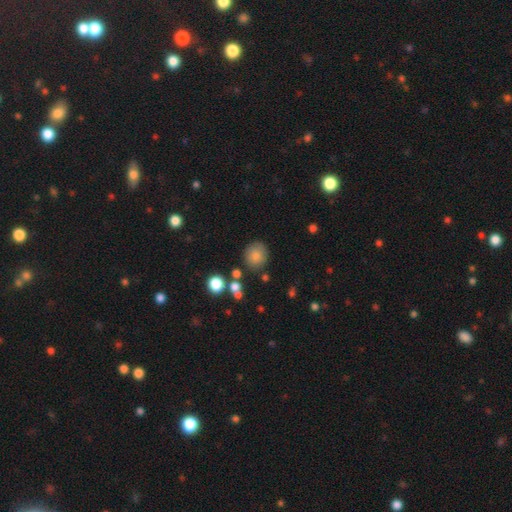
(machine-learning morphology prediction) Q: Smooth or featured?
A: smooth (82%); runner-up: star or artifact (11%)
Q: How rounded?
A: round (82%); runner-up: in between (17%)
Q: Merging?
A: none (78%); runner-up: minor disturbance (12%)